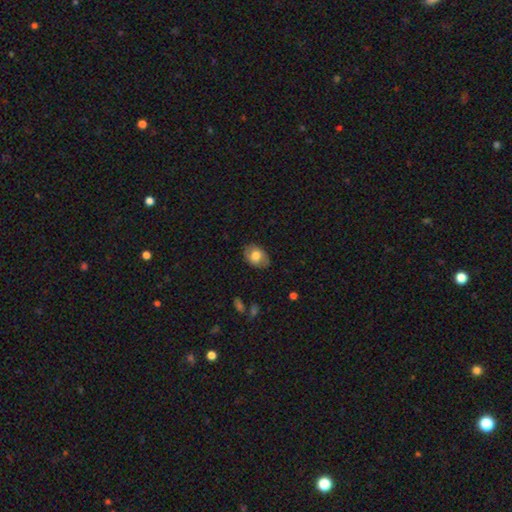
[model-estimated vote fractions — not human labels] Smooth or featured?
  - smooth: 72% *
  - featured or disk: 20%
  - star or artifact: 7%
How rounded?
  - in between: 79% *
  - round: 20%
  - cigar-shaped: 1%
Merging?
  - none: 82% *
  - minor disturbance: 14%
  - major disturbance: 3%
  - merger: 1%